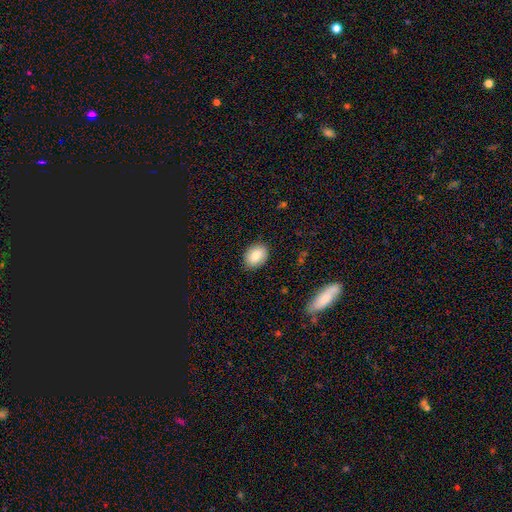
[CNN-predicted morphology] Smooth or featured?
  - smooth: 84% *
  - featured or disk: 9%
  - star or artifact: 8%
How rounded?
  - in between: 65% *
  - round: 34%
  - cigar-shaped: 1%
Merging?
  - none: 88% *
  - minor disturbance: 9%
  - major disturbance: 2%
  - merger: 1%